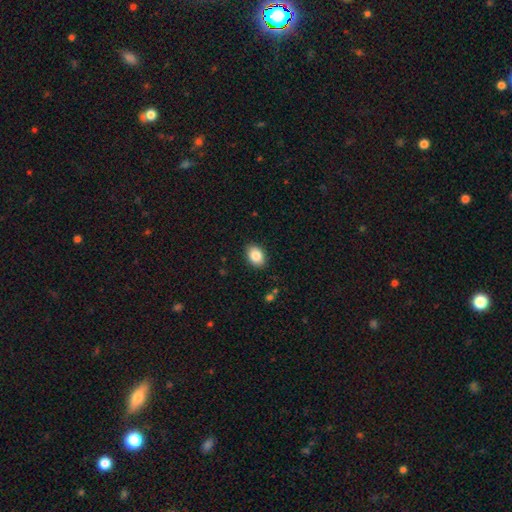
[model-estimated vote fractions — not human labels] Smooth or featured?
  - smooth: 86% *
  - star or artifact: 8%
  - featured or disk: 6%
How rounded?
  - in between: 79% *
  - round: 20%
  - cigar-shaped: 1%
Merging?
  - none: 88% *
  - minor disturbance: 8%
  - major disturbance: 2%
  - merger: 1%